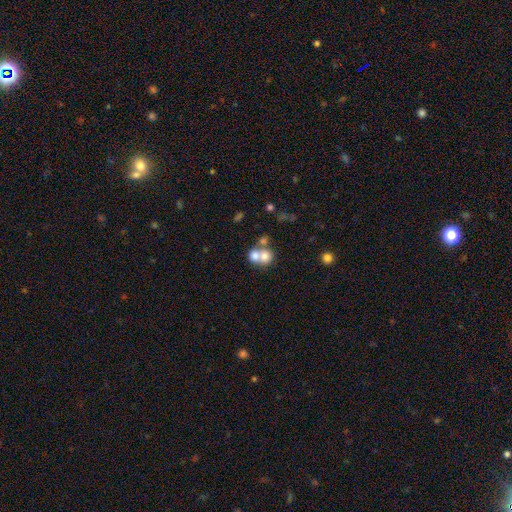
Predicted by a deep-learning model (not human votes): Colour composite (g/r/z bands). It shows a smooth galaxy with no disk features (68%) that is round (76%). Merging: merger (63%).